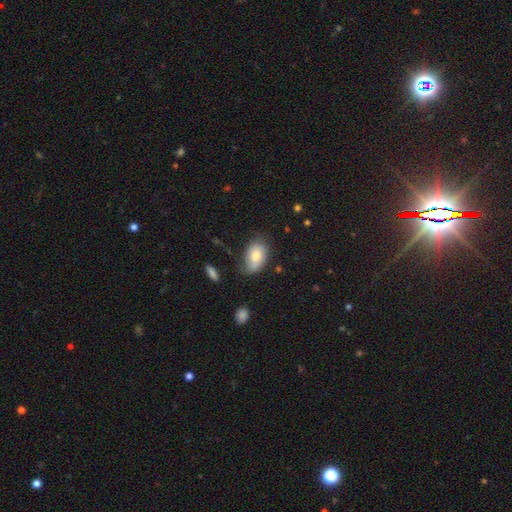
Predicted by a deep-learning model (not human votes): smooth-or-featured: smooth: 68% | featured or disk: 24% | star or artifact: 7%
  how-rounded: in between: 89% | round: 9% | cigar-shaped: 1%
  merging: none: 59% | minor disturbance: 30% | major disturbance: 9% | merger: 2%